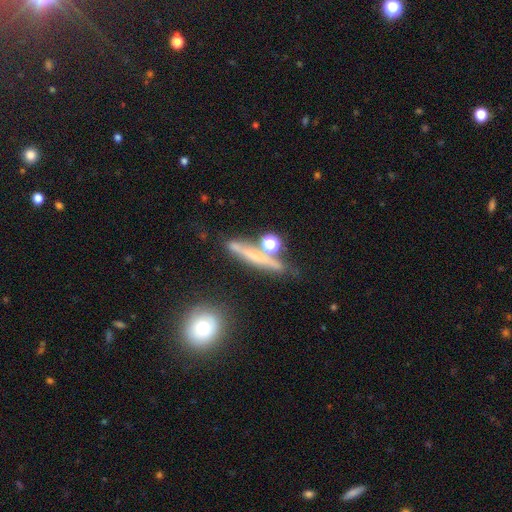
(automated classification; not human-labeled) Smooth or featured?
  - featured or disk: 51% *
  - smooth: 38%
  - star or artifact: 12%
Edge-on disk?
  - yes: 86% *
  - no: 14%
Merging?
  - none: 69% *
  - minor disturbance: 15%
  - merger: 10%
  - major disturbance: 6%